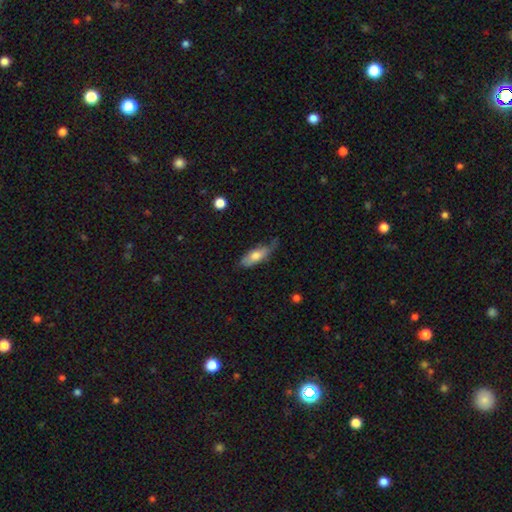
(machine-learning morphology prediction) Smooth or featured? Predicted: smooth (p=0.66). How rounded? Predicted: in between (p=0.68). Merging? Predicted: none (p=0.48).